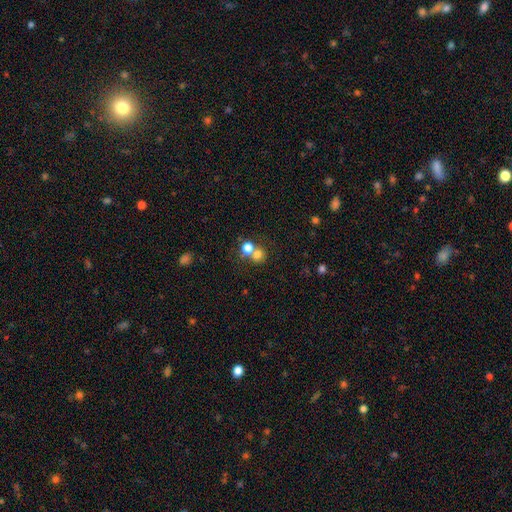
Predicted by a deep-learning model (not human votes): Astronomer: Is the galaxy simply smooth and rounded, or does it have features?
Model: smooth — 72%.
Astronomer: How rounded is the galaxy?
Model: round — 76%.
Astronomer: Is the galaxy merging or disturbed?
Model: merger — 46% (runner-up: none, 43%).